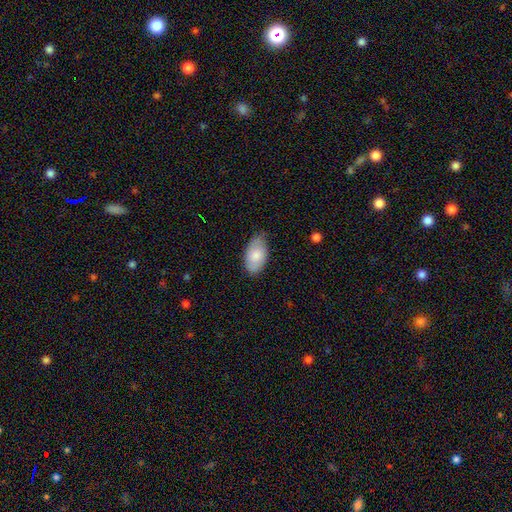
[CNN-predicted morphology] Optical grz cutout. It shows a smooth galaxy with no disk features (79%) that is in between round and cigar-shaped (95%). Merging: none (67%).